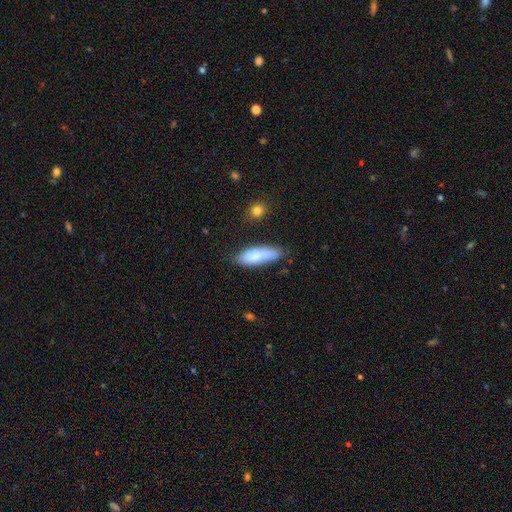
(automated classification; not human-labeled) A smooth galaxy with no disk features (82%) that is in between round and cigar-shaped (58%). Merging: none (71%).